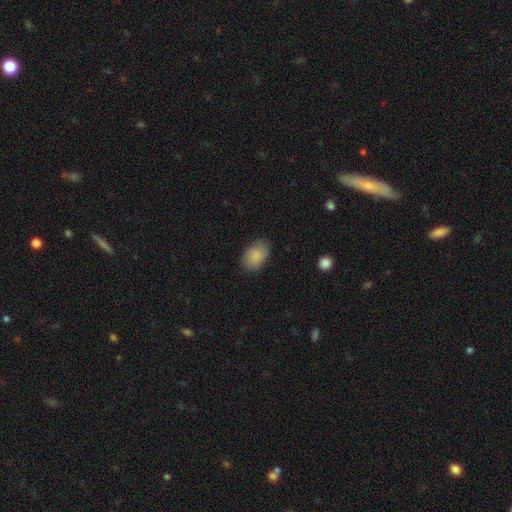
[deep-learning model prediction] Morphology: type=smooth (87%); roundness=in between (87%); merging=none (79%).